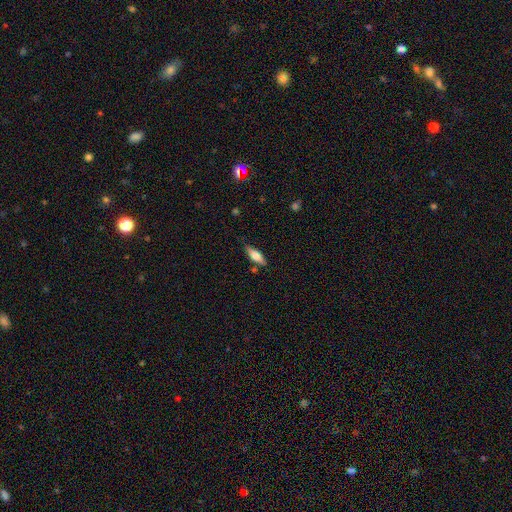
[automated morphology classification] Smooth or featured?
  - smooth: 64% *
  - featured or disk: 30%
  - star or artifact: 6%
How rounded?
  - in between: 58% *
  - cigar-shaped: 40%
  - round: 2%
Merging?
  - none: 78% *
  - minor disturbance: 15%
  - merger: 4%
  - major disturbance: 3%